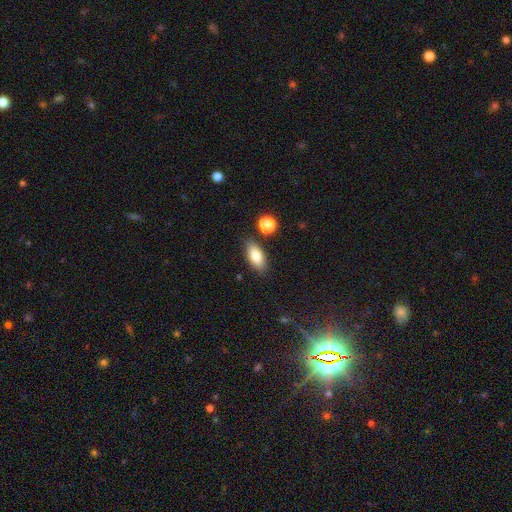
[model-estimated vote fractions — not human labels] Smooth or featured: smooth — 84% (featured or disk — 9%)
How rounded: in between — 85% (cigar-shaped — 11%)
Merging: none — 82% (minor disturbance — 11%)